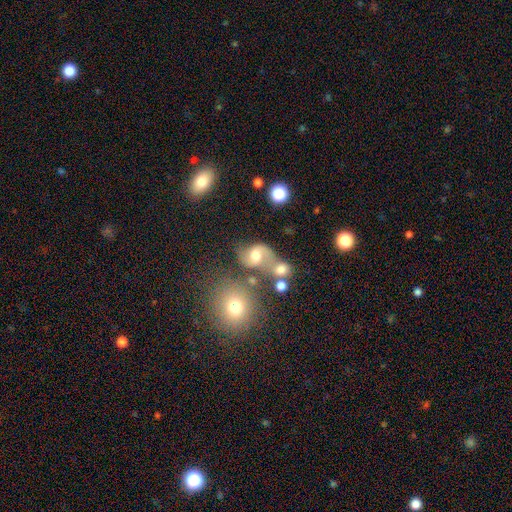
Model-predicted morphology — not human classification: The model was most divided on "merging": merger: 36%, none: 35%, minor disturbance: 15%, major disturbance: 14%. Remaining: smooth or featured — featured or disk (46%).